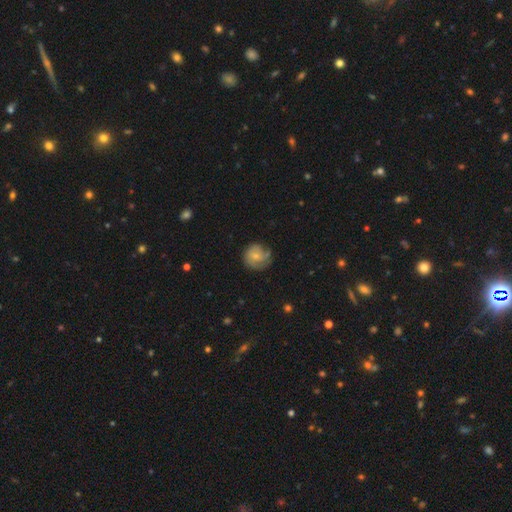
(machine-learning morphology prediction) smooth-or-featured: smooth: 56% | featured or disk: 35% | star or artifact: 8%
  how-rounded: round: 84% | in between: 15% | cigar-shaped: 1%
  merging: none: 56% | minor disturbance: 27% | major disturbance: 14% | merger: 2%